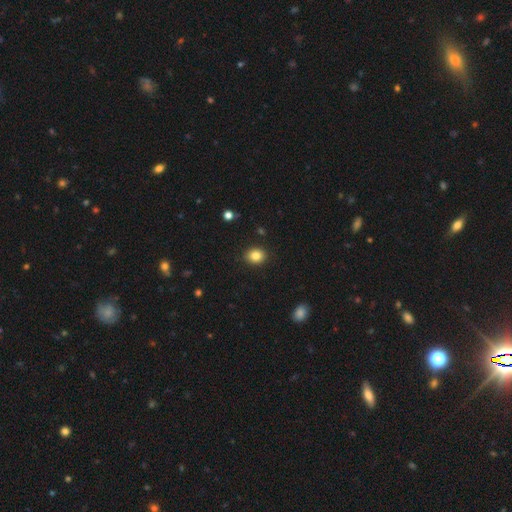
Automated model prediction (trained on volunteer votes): A smooth galaxy with no disk features (84%) that is round (61%).

Vote fractions:
- Smooth or featured? smooth: 84% / star or artifact: 10% / featured or disk: 6%
- How rounded? round: 61% / in between: 38% / cigar-shaped: 1%
- Merging? none: 89% / minor disturbance: 8% / major disturbance: 2% / merger: 1%